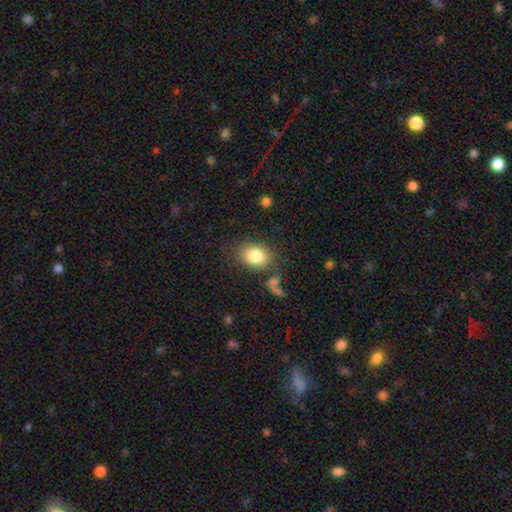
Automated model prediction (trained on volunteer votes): This appears to be a smooth galaxy with no disk features (82%) that is in between round and cigar-shaped (68%). Merging: none (76%).